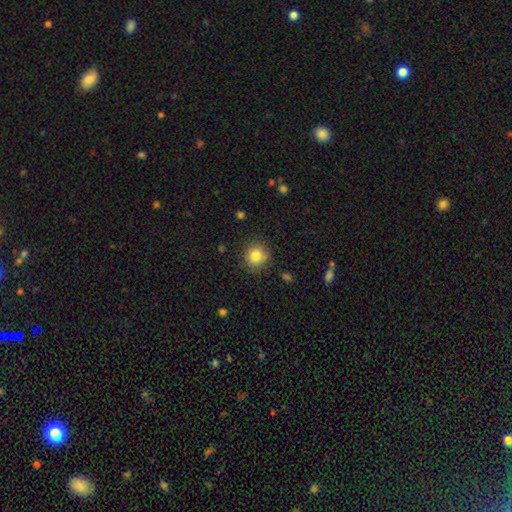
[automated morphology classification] A smooth galaxy with no disk features (83%) that is round (90%). Merging: none (84%).